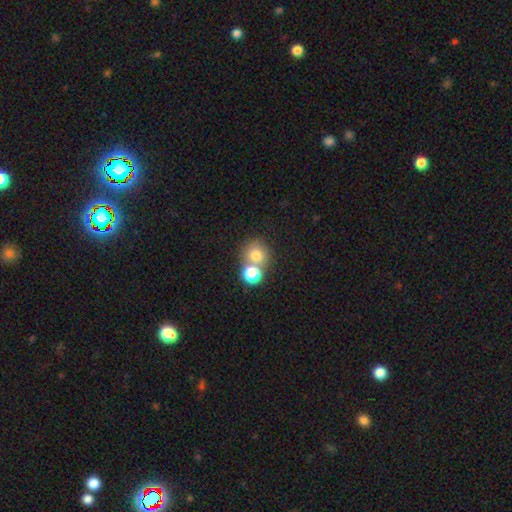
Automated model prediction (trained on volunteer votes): A smooth galaxy with no disk features (74%) that is round (85%). Merging: none (48%).